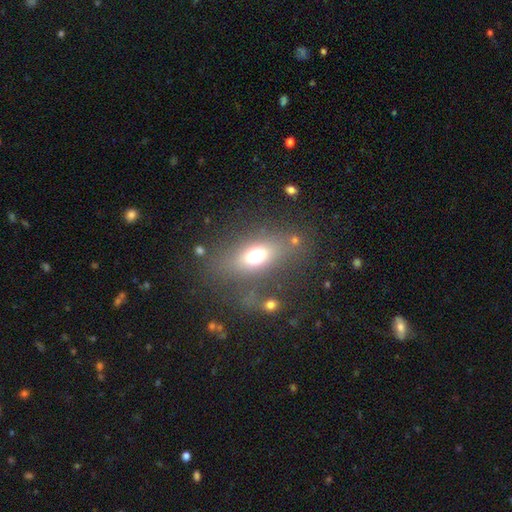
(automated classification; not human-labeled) This is likely a smooth galaxy (64%). How rounded: likely in between (69%). Merging: likely none (70%).